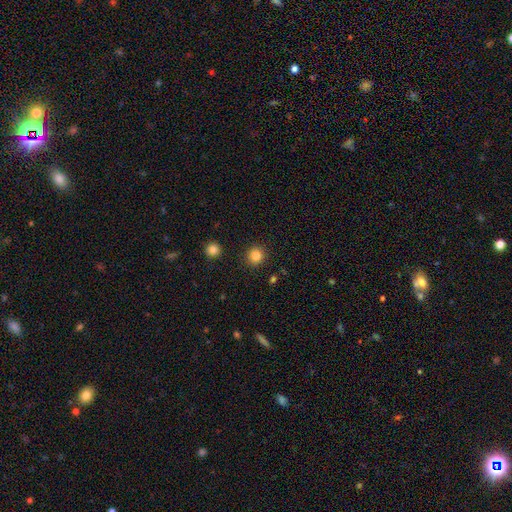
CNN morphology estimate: The model was most divided on "smooth or featured": smooth: 84%, star or artifact: 12%, featured or disk: 5%. More confident: how rounded — round (93%); merging — none (91%).